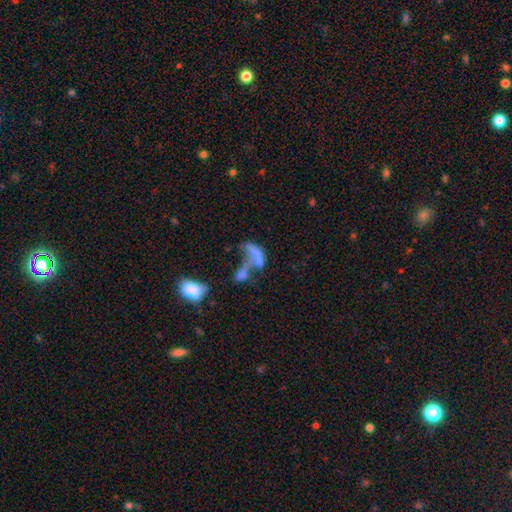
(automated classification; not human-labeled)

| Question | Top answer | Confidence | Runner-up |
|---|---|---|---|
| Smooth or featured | smooth | 44% | featured or disk (39%) |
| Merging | merger | 54% | major disturbance (27%) |